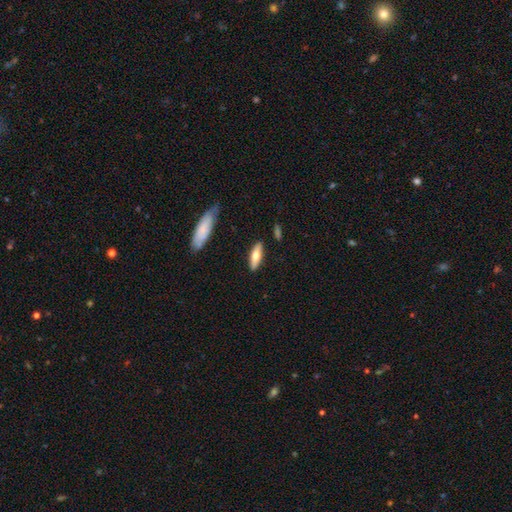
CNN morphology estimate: type=smooth (61%); roundness=in between (50%); merging=none (86%).